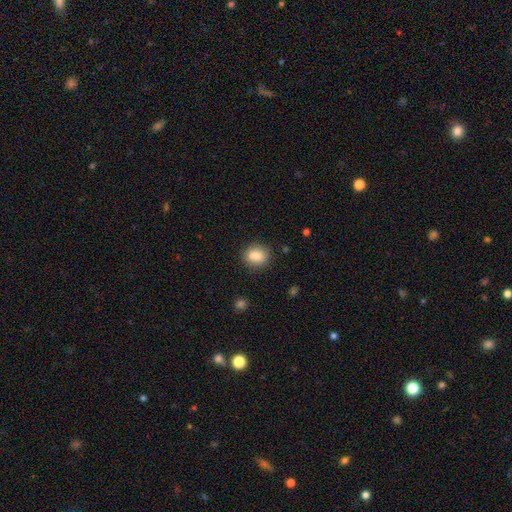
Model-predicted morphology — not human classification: The model was most divided on "how rounded": round: 66%, in between: 33%, cigar-shaped: 1%. More confident: smooth or featured — smooth (82%); merging — none (76%).